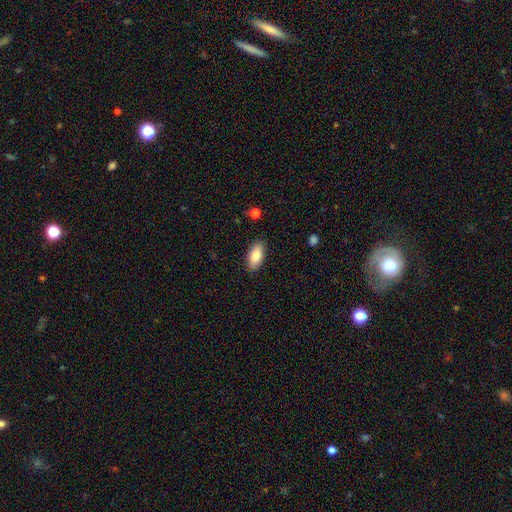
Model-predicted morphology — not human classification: The model was most divided on "smooth or featured": smooth: 83%, featured or disk: 11%, star or artifact: 7%. More confident: merging — none (88%); how rounded — in between (87%).